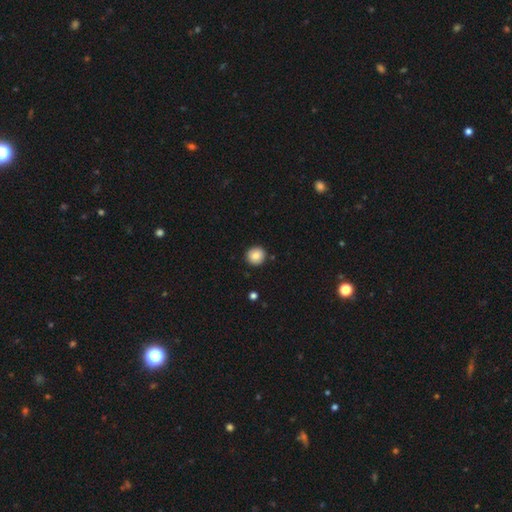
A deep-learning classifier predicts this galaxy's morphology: Q: Smooth or featured?
A: smooth (86%); runner-up: star or artifact (9%)
Q: How rounded?
A: round (94%); runner-up: in between (5%)
Q: Merging?
A: none (91%); runner-up: minor disturbance (6%)